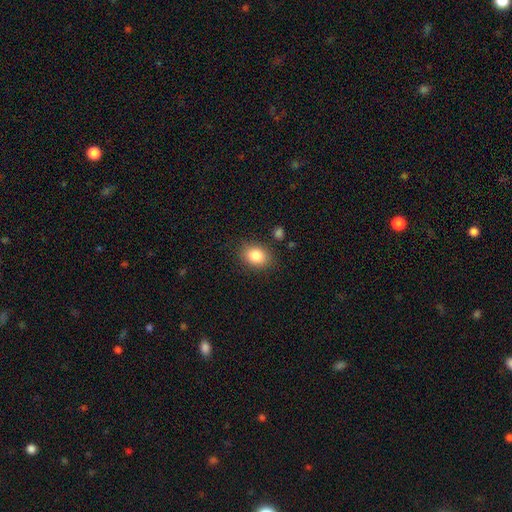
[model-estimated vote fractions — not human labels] smooth_or_featured: smooth (p=0.85) [alt: star or artifact p=0.08]
how_rounded: in between (p=0.66) [alt: round p=0.33]
merging: none (p=0.83) [alt: minor disturbance p=0.11]